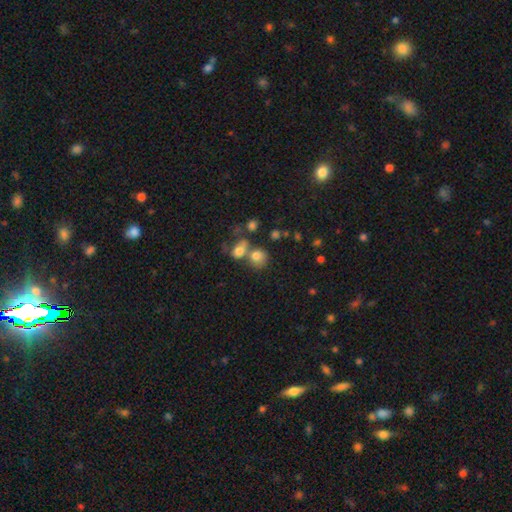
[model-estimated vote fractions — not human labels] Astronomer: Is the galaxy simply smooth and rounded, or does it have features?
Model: smooth — 77%.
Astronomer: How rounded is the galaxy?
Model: round — 66%.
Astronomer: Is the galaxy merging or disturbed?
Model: merger — 46% (runner-up: none, 38%).